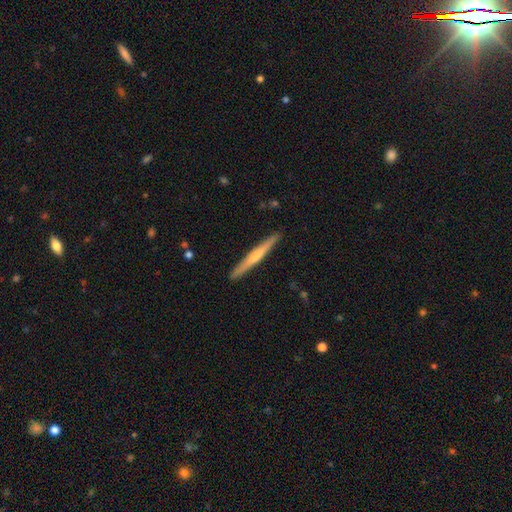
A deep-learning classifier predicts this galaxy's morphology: smooth-or-featured: featured or disk: 59% | smooth: 36% | star or artifact: 5%
  disk-edge-on: yes: 97% | no: 3%
    edge-on-bulge: rounded: 64% | none: 32% | boxy: 5%
  merging: none: 92% | minor disturbance: 6% | major disturbance: 1% | merger: 1%